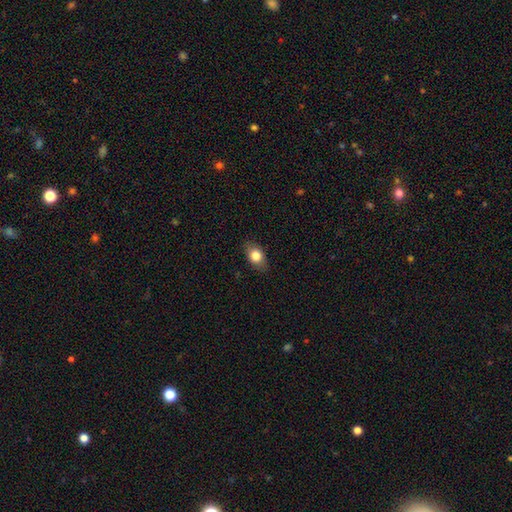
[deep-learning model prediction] The model was most divided on "how rounded": in between: 81%, round: 16%, cigar-shaped: 2%. More confident: merging — none (83%); smooth or featured — smooth (80%).